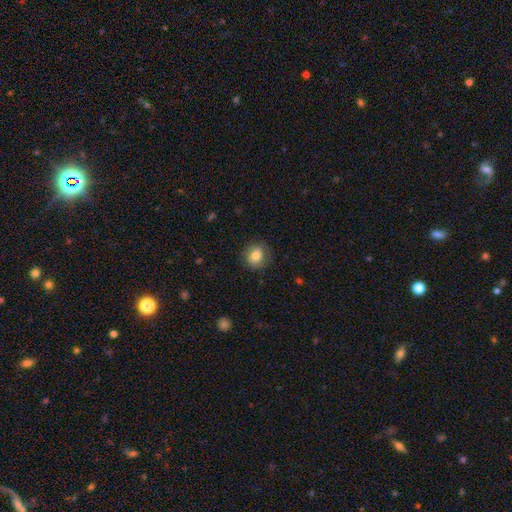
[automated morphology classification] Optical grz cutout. It shows a smooth galaxy with no disk features (75%) that is round (78%). Merging: none (81%).